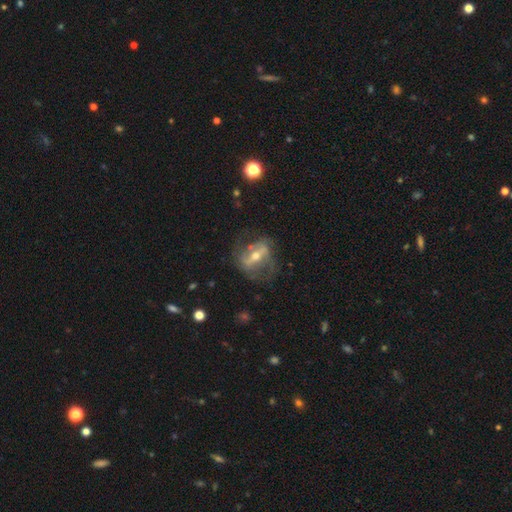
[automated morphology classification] smooth-or-featured: featured or disk: 77% | smooth: 16% | star or artifact: 7%
  disk-edge-on: no: 88% | yes: 12%
    bar: strong: 61% | weak: 26% | no: 13%
    has-spiral-arms: yes: 68% | no: 32%
    bulge-size: moderate: 57% | small: 37% | large: 3% | none: 1% | dominant: 1%
  merging: none: 57% | minor disturbance: 21% | major disturbance: 20% | merger: 2%